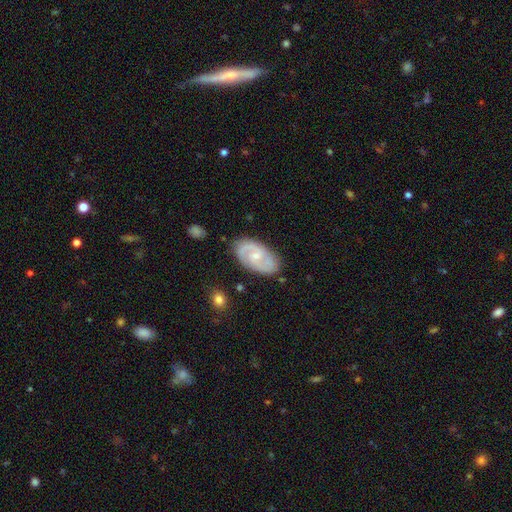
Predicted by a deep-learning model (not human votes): Smooth or featured?
  - featured or disk: 78% *
  - smooth: 16%
  - star or artifact: 5%
Edge-on disk?
  - no: 96% *
  - yes: 4%
Bar?
  - no: 56% *
  - weak: 37%
  - strong: 6%
Spiral arms?
  - yes: 92% *
  - no: 8%
Spiral winding?
  - medium: 45% *
  - tight: 42%
  - loose: 13%
Spiral arm count?
  - 2: 79% *
  - can't tell: 11%
  - 3: 4%
  - 1: 3%
  - 4: 1%
  - more than 4: 1%
Bulge size?
  - small: 62% *
  - moderate: 33%
  - none: 3%
  - large: 1%
  - dominant: 1%
Merging?
  - none: 80% *
  - minor disturbance: 15%
  - major disturbance: 4%
  - merger: 2%